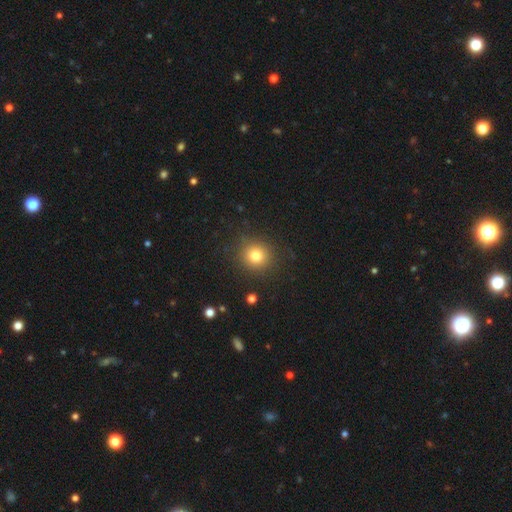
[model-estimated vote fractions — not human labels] Smooth or featured: smooth — 79% (star or artifact — 14%)
How rounded: round — 90% (in between — 9%)
Merging: none — 89% (minor disturbance — 7%)